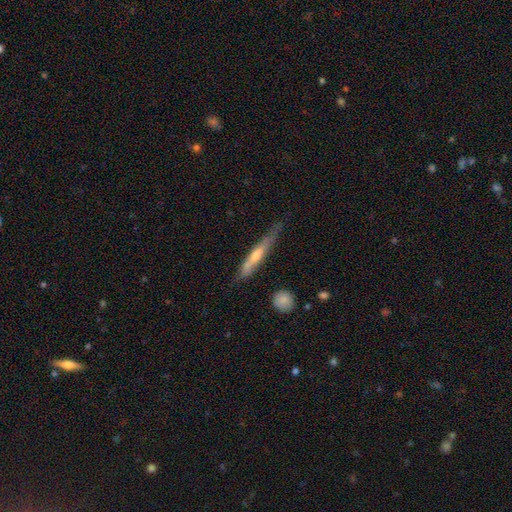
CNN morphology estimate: Smooth or featured? Predicted: featured or disk (p=0.62). Edge-on disk? Predicted: yes (p=0.92). Edge-on bulge? Predicted: rounded (p=0.68). Merging? Predicted: none (p=0.68).